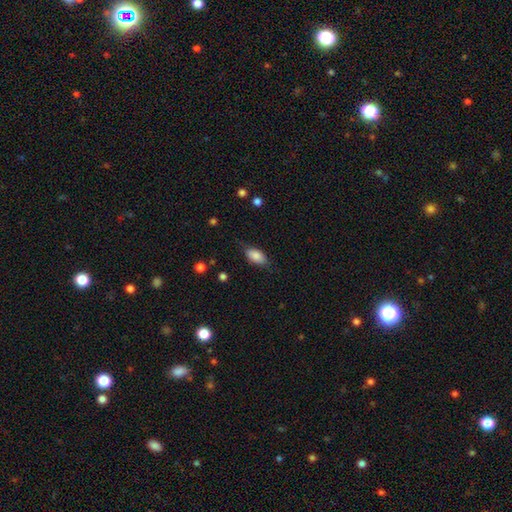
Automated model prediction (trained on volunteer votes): Smooth or featured: smooth — 85% (featured or disk — 8%)
How rounded: in between — 91% (cigar-shaped — 6%)
Merging: none — 76% (minor disturbance — 19%)